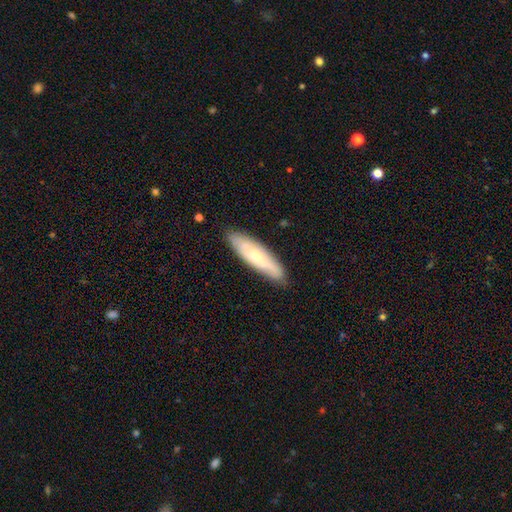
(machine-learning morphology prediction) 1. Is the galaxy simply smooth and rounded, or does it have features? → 52% smooth, 41% featured or disk, 6% star or artifact.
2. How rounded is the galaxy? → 66% cigar-shaped, 32% in between, 2% round.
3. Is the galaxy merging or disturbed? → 84% none, 12% minor disturbance, 2% major disturbance, 1% merger.